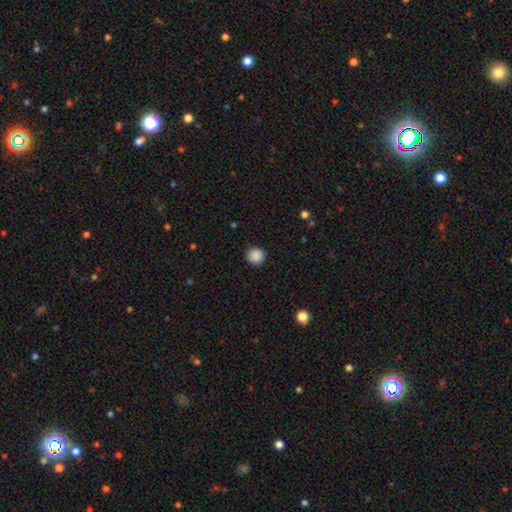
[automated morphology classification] smooth_or_featured: smooth (p=0.88) [alt: star or artifact p=0.09]
how_rounded: round (p=0.93) [alt: in between p=0.06]
merging: none (p=0.92) [alt: minor disturbance p=0.05]